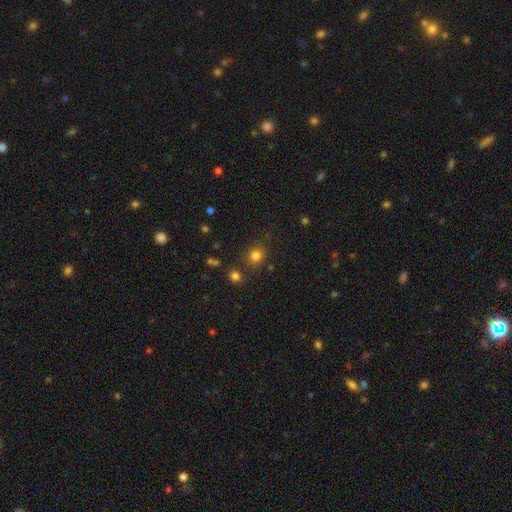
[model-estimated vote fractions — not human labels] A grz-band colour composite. It shows a smooth galaxy with no disk features (79%) that is round (83%). Merging: none (78%).